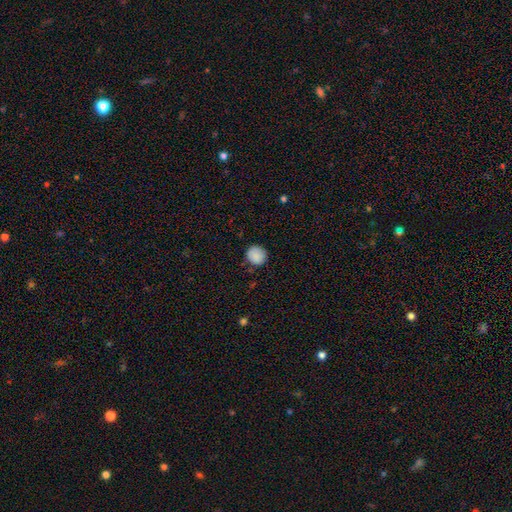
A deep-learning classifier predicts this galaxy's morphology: smooth_or_featured: smooth (p=0.87) [alt: star or artifact p=0.08]
how_rounded: round (p=0.87) [alt: in between p=0.12]
merging: none (p=0.82) [alt: minor disturbance p=0.14]